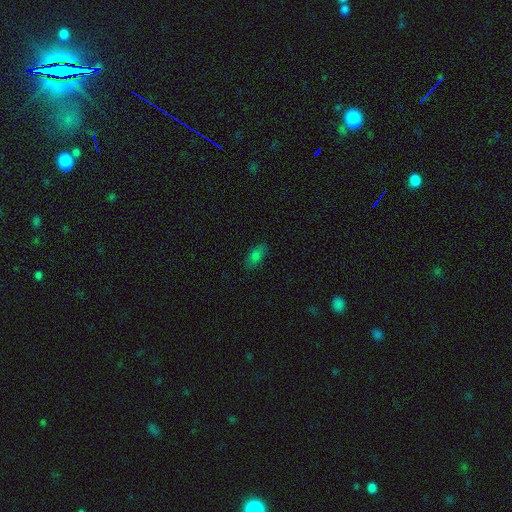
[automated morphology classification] A smooth galaxy with no disk features (75%) that is in between round and cigar-shaped (84%).

Vote fractions:
- Smooth or featured? smooth: 75% / featured or disk: 13% / star or artifact: 13%
- How rounded? in between: 84% / cigar-shaped: 10% / round: 6%
- Merging? none: 83% / minor disturbance: 13% / major disturbance: 3% / merger: 1%